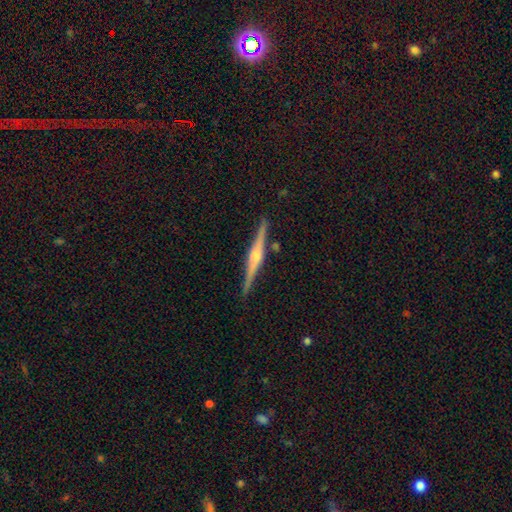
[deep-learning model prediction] A featured or disk galaxy (84%) viewed edge-on (98%) with a rounded central bulge (88%).

Vote fractions:
- Smooth or featured? featured or disk: 84% / smooth: 11% / star or artifact: 5%
- Edge-on disk? yes: 98% / no: 2%
- Edge-on bulge? rounded: 88% / boxy: 7% / none: 4%
- Merging? none: 90% / minor disturbance: 7% / merger: 2% / major disturbance: 1%